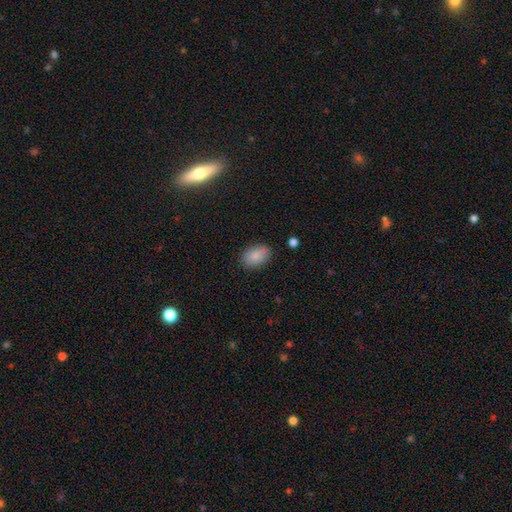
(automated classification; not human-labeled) smooth_or_featured: smooth (p=0.86) [alt: star or artifact p=0.07]
how_rounded: in between (p=0.88) [alt: round p=0.11]
merging: none (p=0.85) [alt: minor disturbance p=0.11]